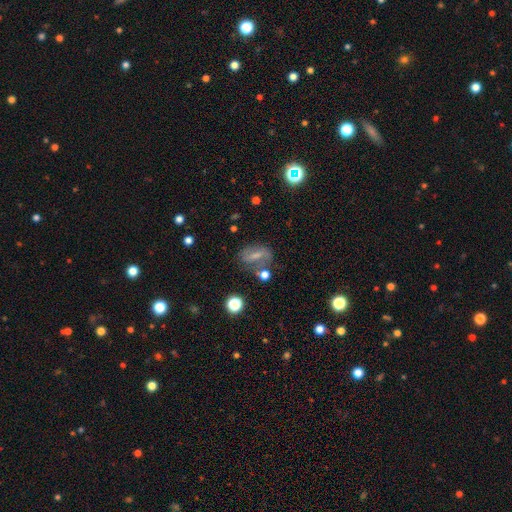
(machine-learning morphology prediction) featured or disk 43%, smooth 42%, star or artifact 15%. Down the decision tree: merging — none (57%).